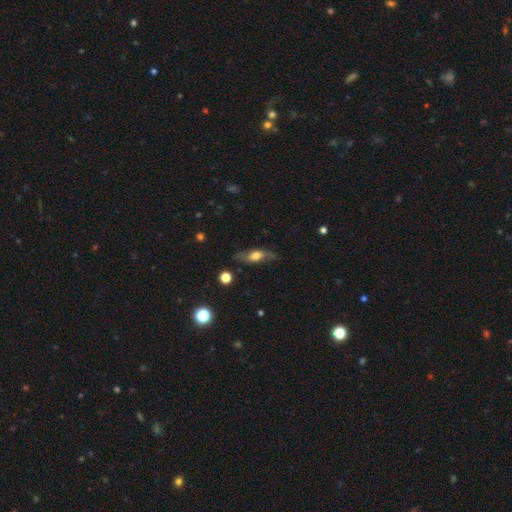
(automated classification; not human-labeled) Smooth or featured? featured or disk (46%, tied with smooth)
Merging? none (74%)